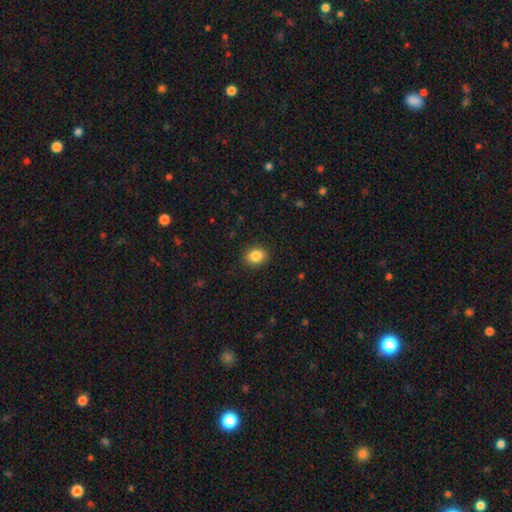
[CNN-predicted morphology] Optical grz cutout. It shows a smooth galaxy with no disk features (87%) that is in between round and cigar-shaped (56%). Merging: none (89%).